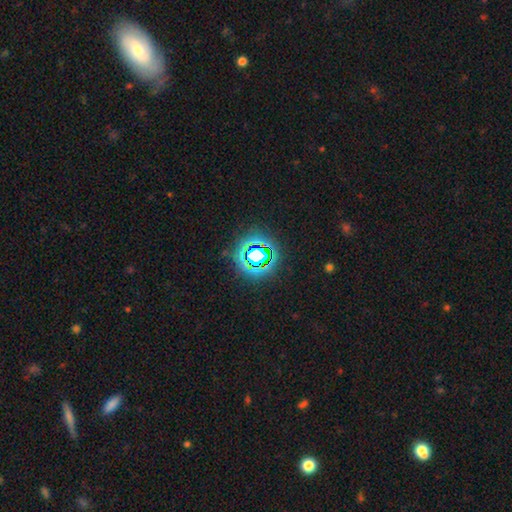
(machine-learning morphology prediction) star or artifact 70%, smooth 18%, featured or disk 12%.